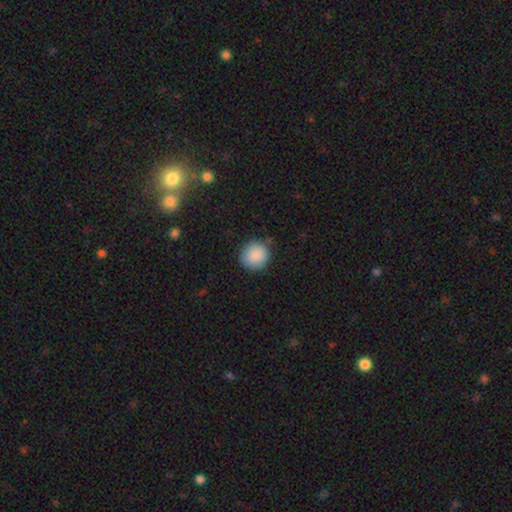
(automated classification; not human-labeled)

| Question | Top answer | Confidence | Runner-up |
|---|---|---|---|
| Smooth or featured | smooth | 88% | star or artifact (8%) |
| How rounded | round | 90% | in between (9%) |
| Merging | none | 85% | minor disturbance (11%) |